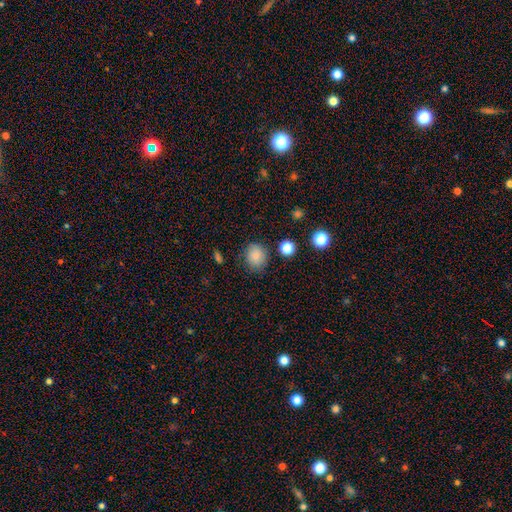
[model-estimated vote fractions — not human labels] Q: Smooth or featured?
A: smooth (84%); runner-up: star or artifact (10%)
Q: How rounded?
A: round (65%); runner-up: in between (34%)
Q: Merging?
A: none (79%); runner-up: minor disturbance (14%)